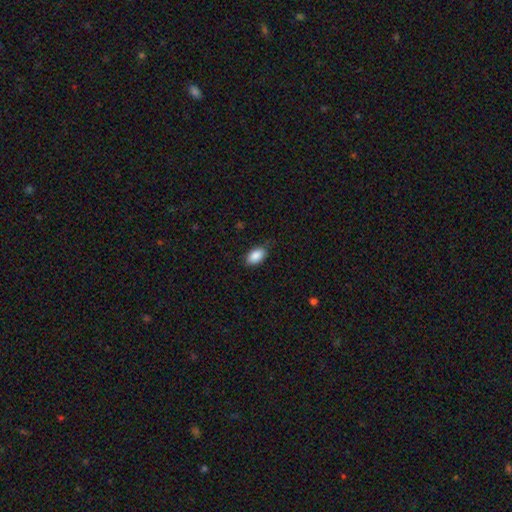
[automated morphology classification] A smooth galaxy with no disk features (89%) that is in between round and cigar-shaped (93%). Merging: none (79%).